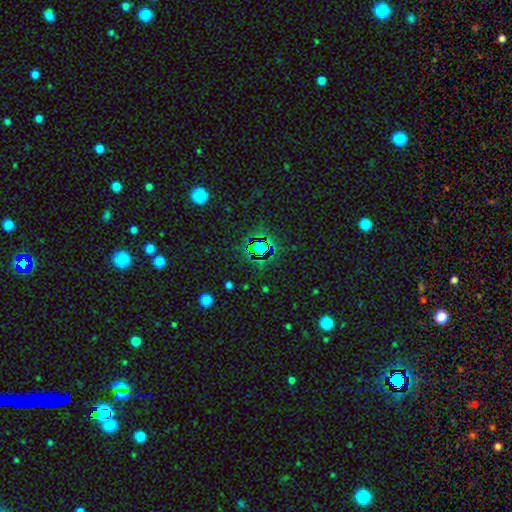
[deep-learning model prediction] Smooth or featured? star or artifact (70%)